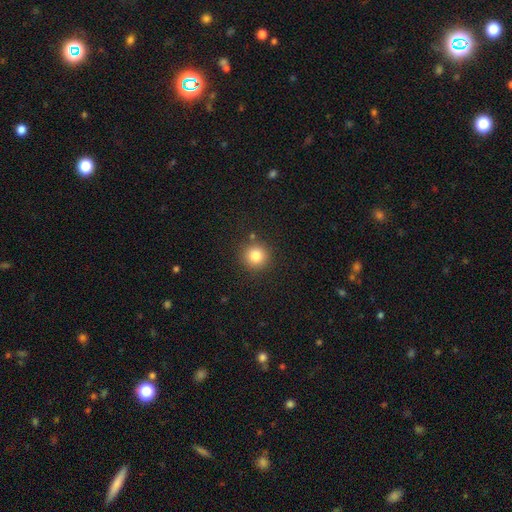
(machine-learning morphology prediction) Q: Smooth or featured?
A: smooth (82%); runner-up: star or artifact (11%)
Q: How rounded?
A: round (94%); runner-up: in between (5%)
Q: Merging?
A: none (87%); runner-up: minor disturbance (7%)